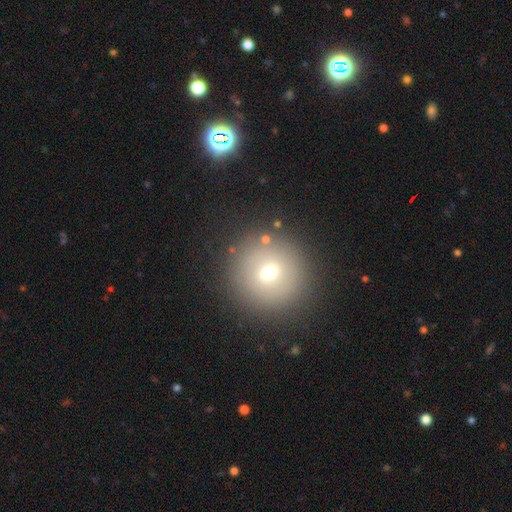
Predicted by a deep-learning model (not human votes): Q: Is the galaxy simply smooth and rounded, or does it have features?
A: smooth — 64%.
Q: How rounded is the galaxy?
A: round — 94%.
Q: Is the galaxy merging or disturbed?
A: none — 87%.